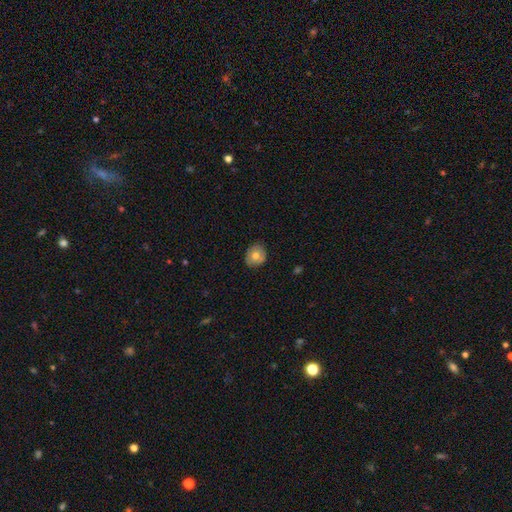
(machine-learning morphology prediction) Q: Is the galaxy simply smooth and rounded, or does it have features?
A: smooth — 69%.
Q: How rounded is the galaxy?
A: round — 72%.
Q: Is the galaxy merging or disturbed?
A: none — 82%.